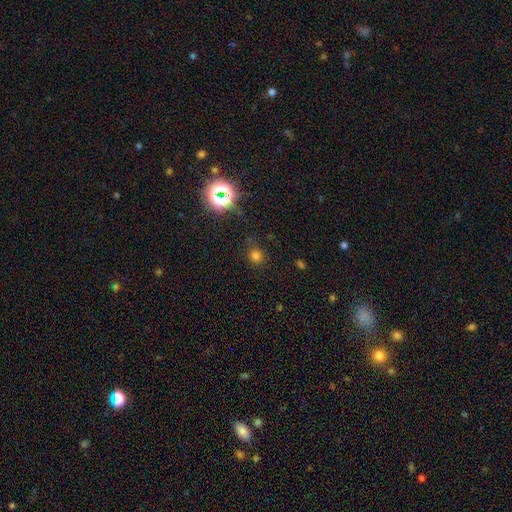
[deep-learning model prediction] The model was most divided on "smooth or featured": smooth: 70%, star or artifact: 25%, featured or disk: 6%. More confident: how rounded — round (87%); merging — none (77%).